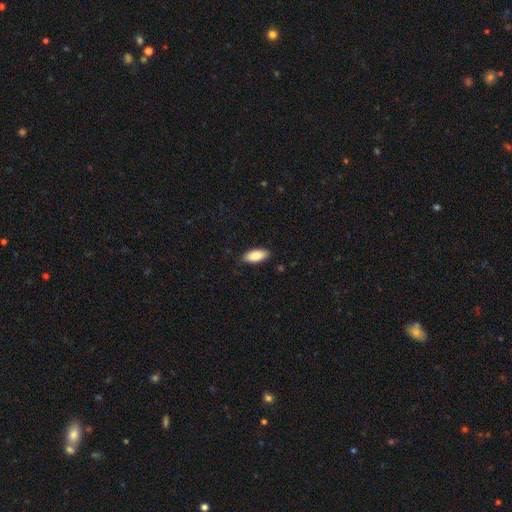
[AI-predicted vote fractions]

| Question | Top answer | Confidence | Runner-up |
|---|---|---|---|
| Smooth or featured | smooth | 86% | featured or disk (8%) |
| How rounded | in between | 89% | cigar-shaped (10%) |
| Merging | none | 87% | minor disturbance (10%) |